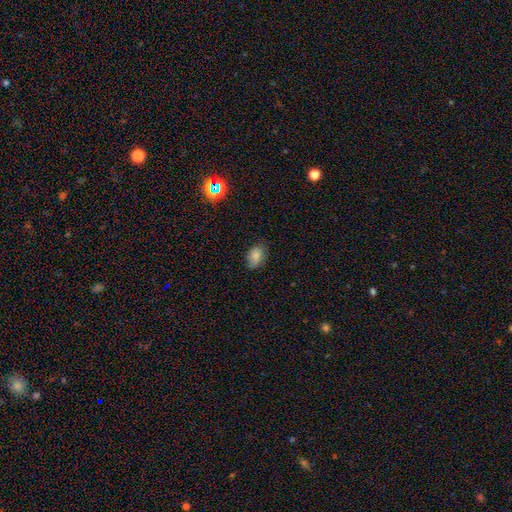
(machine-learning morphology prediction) smooth 83%, star or artifact 10%, featured or disk 7%. Down the decision tree: how rounded — in between (83%); merging — none (77%).